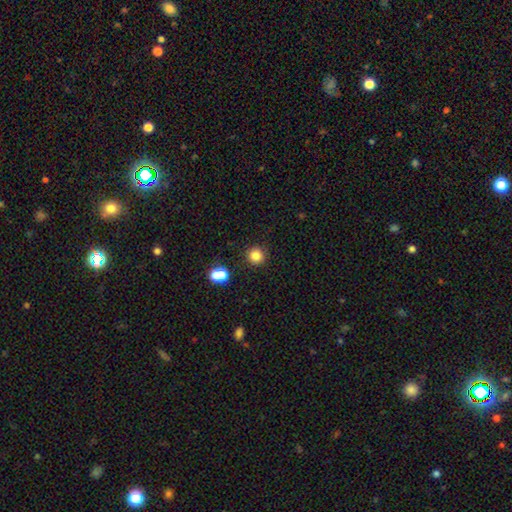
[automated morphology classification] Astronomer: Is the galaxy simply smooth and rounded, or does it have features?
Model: smooth — 82%.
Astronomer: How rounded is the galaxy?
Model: round — 94%.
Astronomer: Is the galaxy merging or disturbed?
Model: none — 89%.